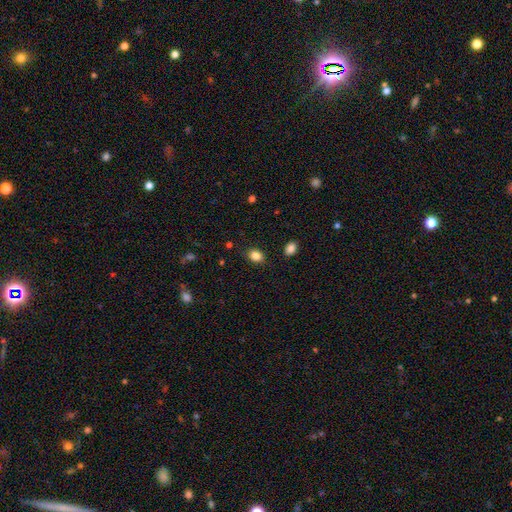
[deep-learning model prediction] Smooth or featured?
  - smooth: 85% *
  - star or artifact: 10%
  - featured or disk: 5%
How rounded?
  - in between: 70% *
  - round: 29%
  - cigar-shaped: 1%
Merging?
  - none: 86% *
  - minor disturbance: 10%
  - major disturbance: 3%
  - merger: 2%